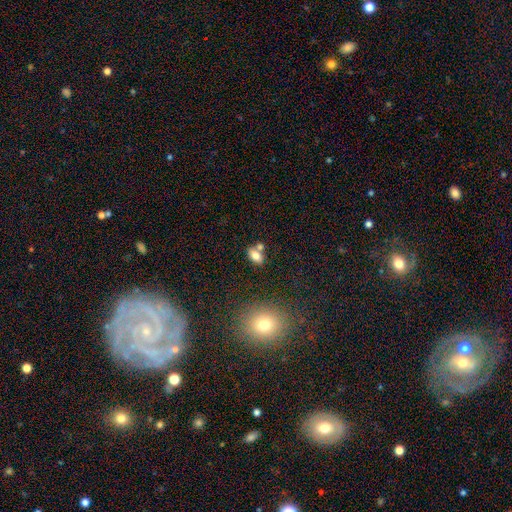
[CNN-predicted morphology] The model was most divided on "merging": none: 55%, merger: 29%, minor disturbance: 12%, major disturbance: 4%. More confident: how rounded — in between (85%); smooth or featured — smooth (77%).